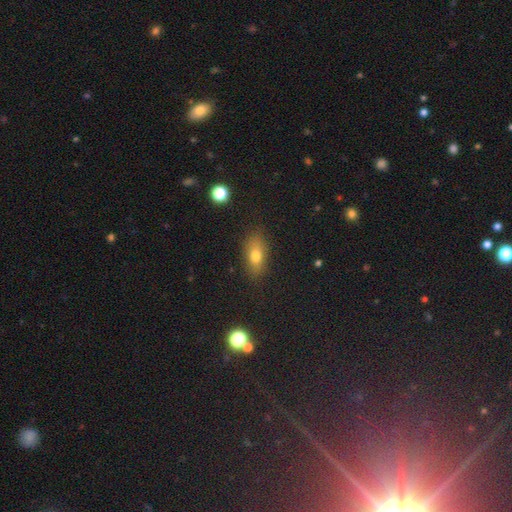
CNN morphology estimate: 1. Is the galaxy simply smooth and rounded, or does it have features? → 73% smooth, 14% featured or disk, 13% star or artifact.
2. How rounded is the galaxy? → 79% in between, 10% round, 10% cigar-shaped.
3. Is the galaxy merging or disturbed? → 84% none, 11% minor disturbance, 3% major disturbance, 2% merger.